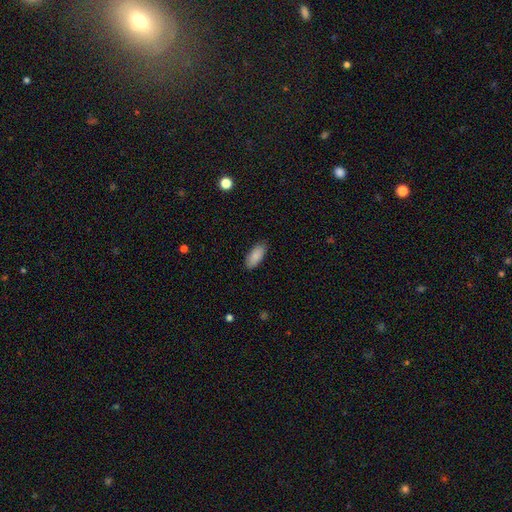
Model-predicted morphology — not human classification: Overall: smooth (89%). How rounded: in between (88%). Merging: none (87%).